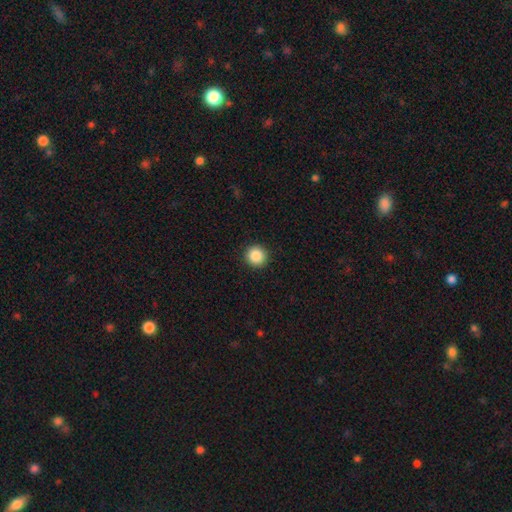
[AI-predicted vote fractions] This appears to be a smooth galaxy with no disk features (87%) that is round (94%). Merging: none (92%).